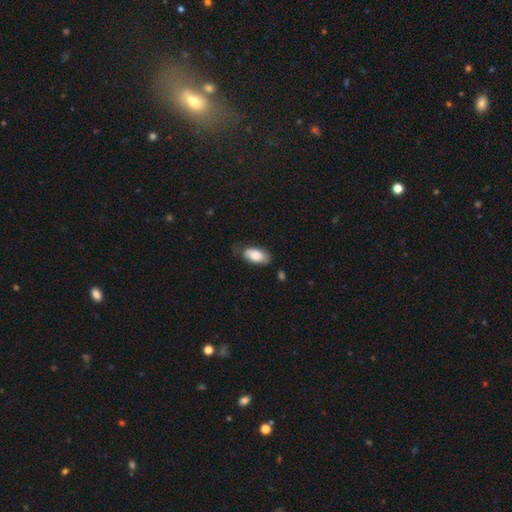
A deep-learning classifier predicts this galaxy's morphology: This appears to be a smooth galaxy with no disk features (79%) that is in between round and cigar-shaped (91%). Merging: none (63%).